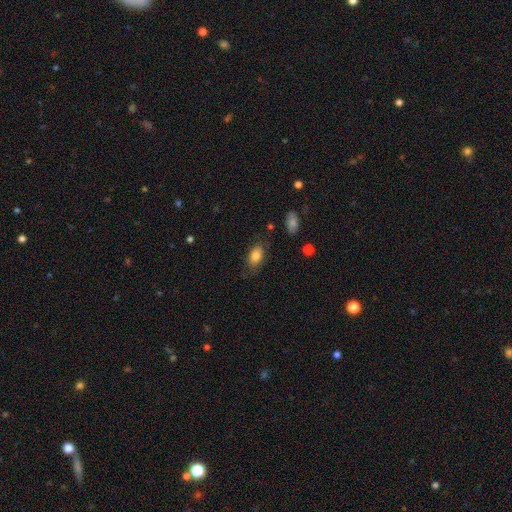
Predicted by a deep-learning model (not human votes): A smooth galaxy with no disk features (83%) that is in between round and cigar-shaped (90%).

Vote fractions:
- Smooth or featured? smooth: 83% / featured or disk: 9% / star or artifact: 8%
- How rounded? in between: 90% / round: 7% / cigar-shaped: 3%
- Merging? none: 75% / minor disturbance: 18% / major disturbance: 5% / merger: 2%